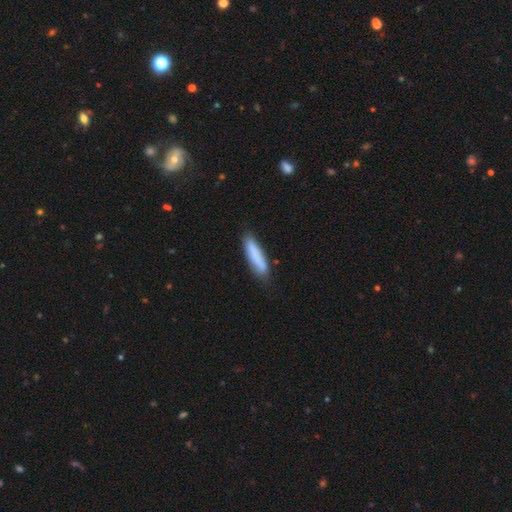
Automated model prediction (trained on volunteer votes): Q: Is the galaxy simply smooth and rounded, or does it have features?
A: smooth — 83%.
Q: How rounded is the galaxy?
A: cigar-shaped — 78%.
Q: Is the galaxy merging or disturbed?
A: none — 78%.